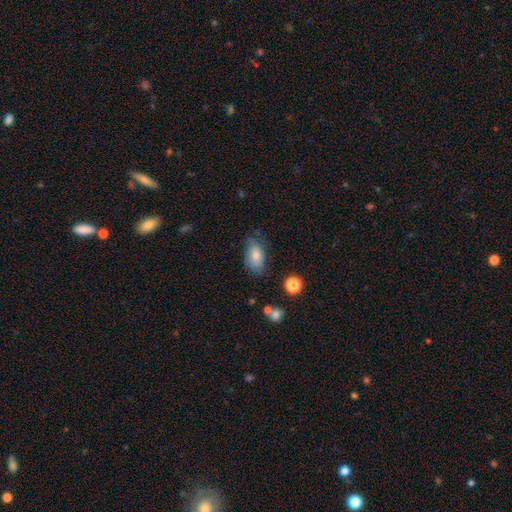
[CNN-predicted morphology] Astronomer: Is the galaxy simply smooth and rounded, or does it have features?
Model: smooth — 80%.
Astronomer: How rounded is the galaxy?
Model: in between — 90%.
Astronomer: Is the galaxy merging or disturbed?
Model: none — 64%.